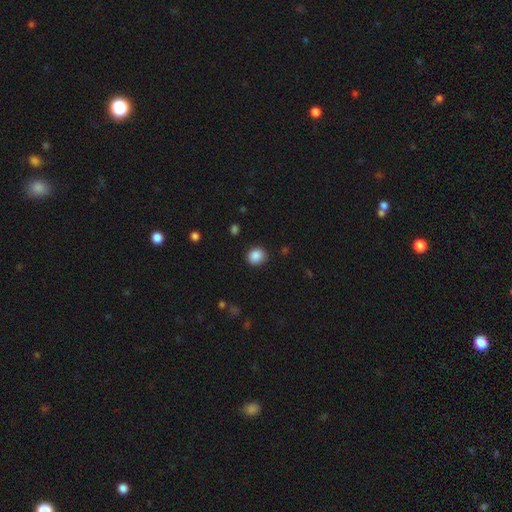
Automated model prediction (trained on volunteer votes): A smooth galaxy with no disk features (88%) that is round (75%). Merging: none (88%).